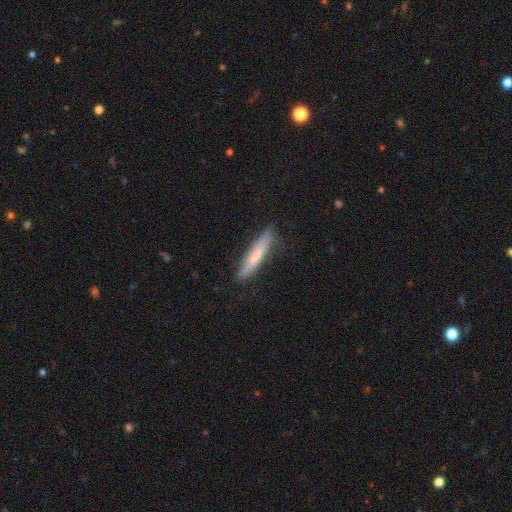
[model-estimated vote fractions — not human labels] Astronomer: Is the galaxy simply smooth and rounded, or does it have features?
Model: smooth — 63%.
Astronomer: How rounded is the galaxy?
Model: cigar-shaped — 93%.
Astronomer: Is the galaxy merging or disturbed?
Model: none — 85%.